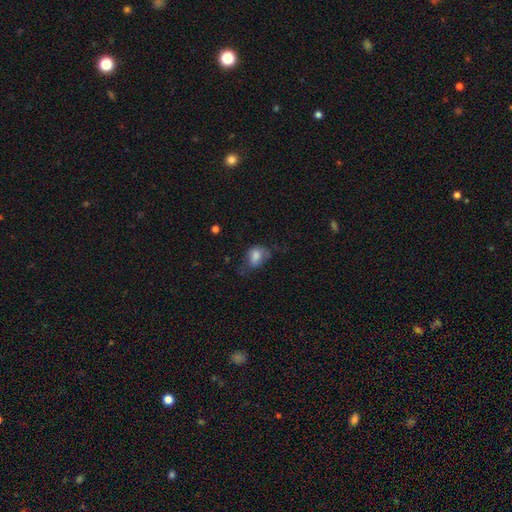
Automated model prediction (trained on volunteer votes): This appears to be a smooth galaxy with no disk features (75%) that is in between round and cigar-shaped (75%). Merging: none (38%).